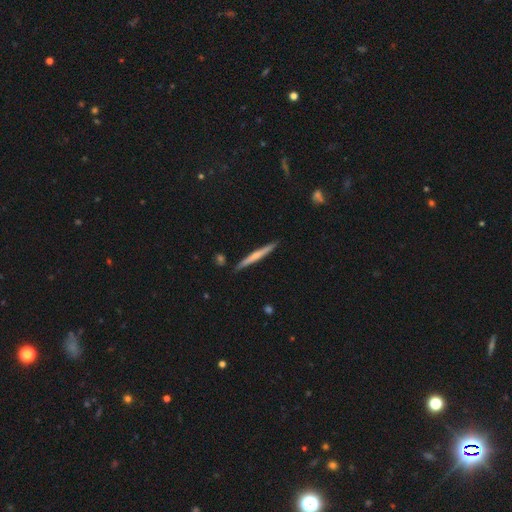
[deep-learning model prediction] smooth-or-featured: featured or disk: 49% | smooth: 46% | star or artifact: 5%
  merging: none: 89% | minor disturbance: 8% | merger: 2% | major disturbance: 1%